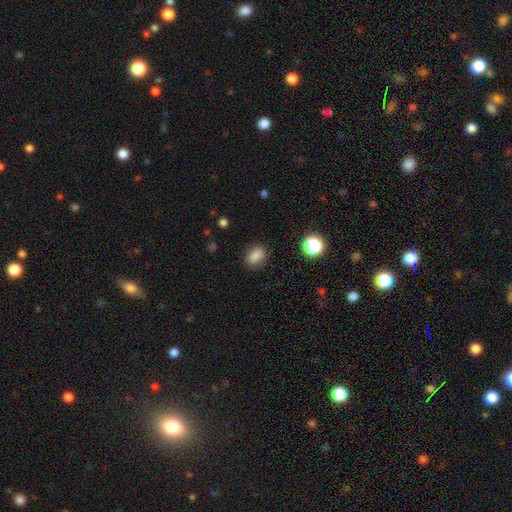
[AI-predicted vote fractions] This is clearly a smooth galaxy (85%). How rounded: likely in between (77%). Merging: clearly none (86%).